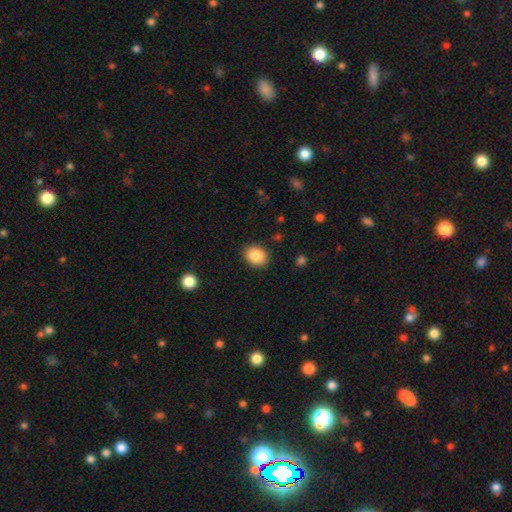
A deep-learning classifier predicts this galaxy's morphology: Smooth or featured? Predicted: smooth (p=0.86). How rounded? Predicted: round (p=0.50). Merging? Predicted: none (p=0.88).